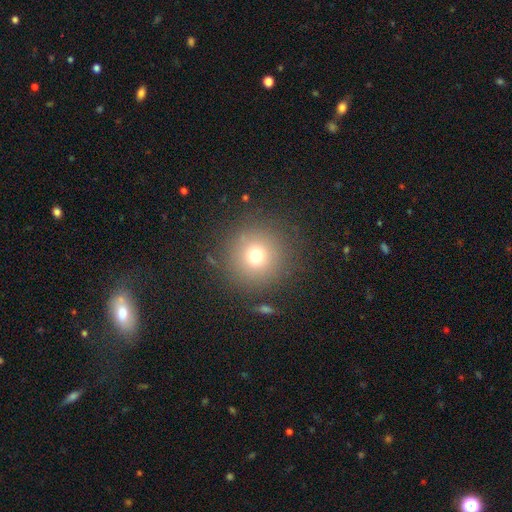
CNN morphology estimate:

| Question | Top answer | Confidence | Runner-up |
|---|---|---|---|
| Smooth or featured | smooth | 71% | star or artifact (17%) |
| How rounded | round | 95% | in between (4%) |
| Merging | none | 86% | minor disturbance (8%) |